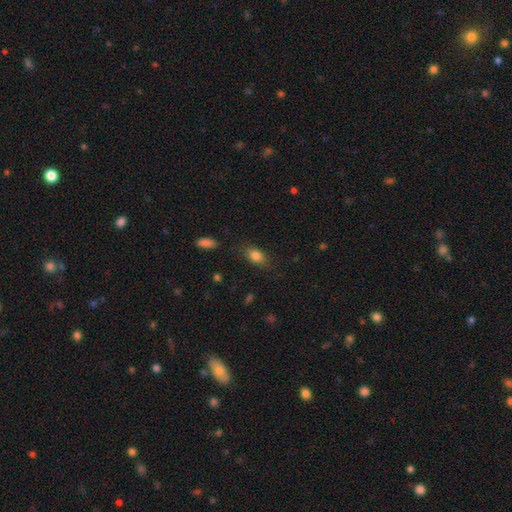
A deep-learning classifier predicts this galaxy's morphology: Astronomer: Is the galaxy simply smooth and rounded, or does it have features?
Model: smooth — 82%.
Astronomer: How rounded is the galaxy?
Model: in between — 82%.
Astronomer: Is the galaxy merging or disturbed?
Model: none — 78%.